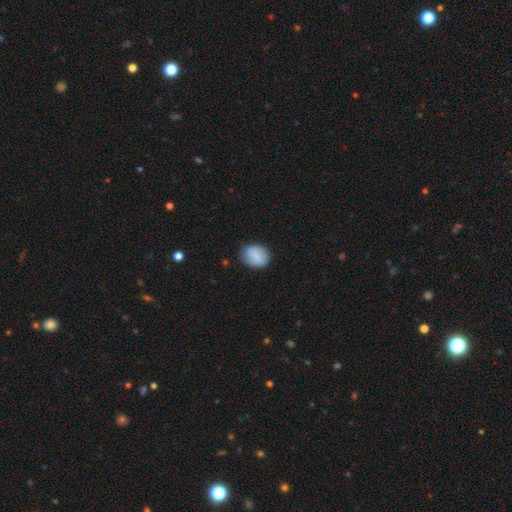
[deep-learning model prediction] A smooth galaxy with no disk features (73%) that is in between round and cigar-shaped (53%).

Vote fractions:
- Smooth or featured? smooth: 73% / featured or disk: 20% / star or artifact: 7%
- How rounded? in between: 53% / round: 46% / cigar-shaped: 1%
- Merging? none: 80% / minor disturbance: 15% / major disturbance: 4% / merger: 1%